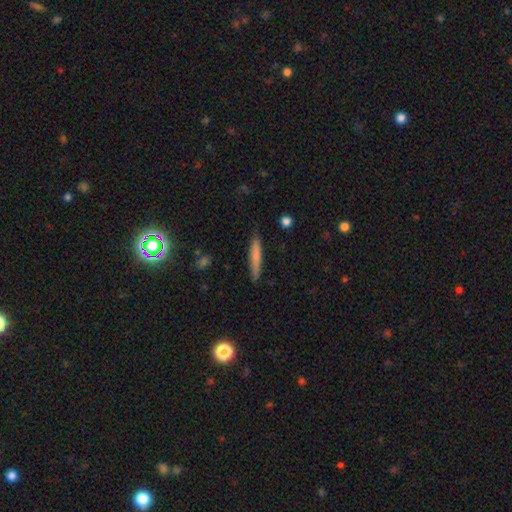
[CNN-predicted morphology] Smooth or featured? smooth (71%)
How rounded? cigar-shaped (94%)
Merging? none (85%)